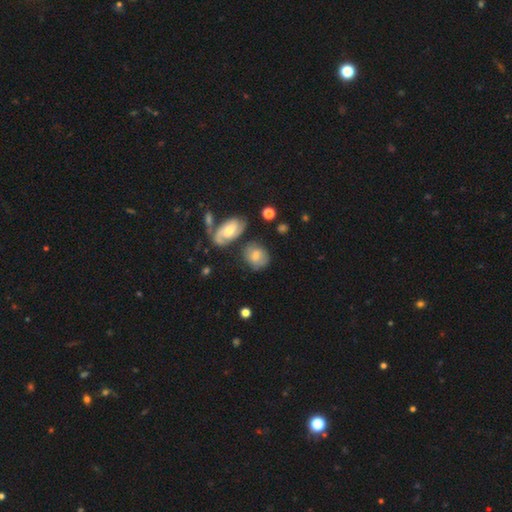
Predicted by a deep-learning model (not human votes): The model was most divided on "how rounded": round: 56%, in between: 43%, cigar-shaped: 2%. More confident: smooth or featured — smooth (66%); merging — none (63%).